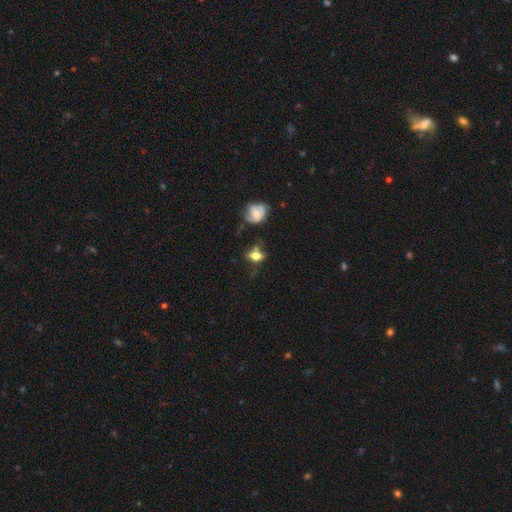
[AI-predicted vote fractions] Smooth or featured? Predicted: smooth (p=0.57). How rounded? Predicted: in between (p=0.68). Merging? Predicted: none (p=0.49).